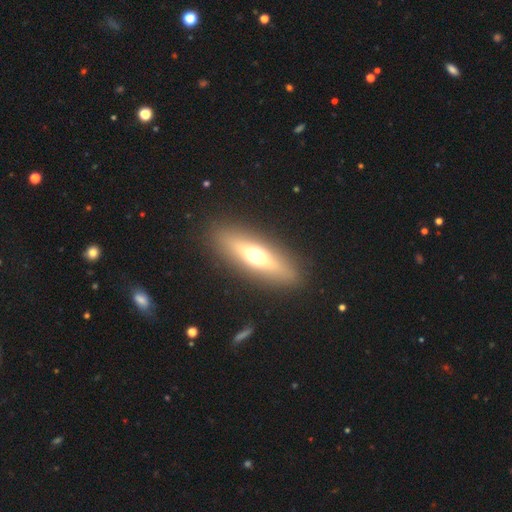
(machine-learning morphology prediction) Smooth or featured?
  - smooth: 45% * (tied)
  - featured or disk: 45% * (tied)
  - star or artifact: 9%
Merging?
  - none: 89% *
  - minor disturbance: 7%
  - major disturbance: 3%
  - merger: 1%